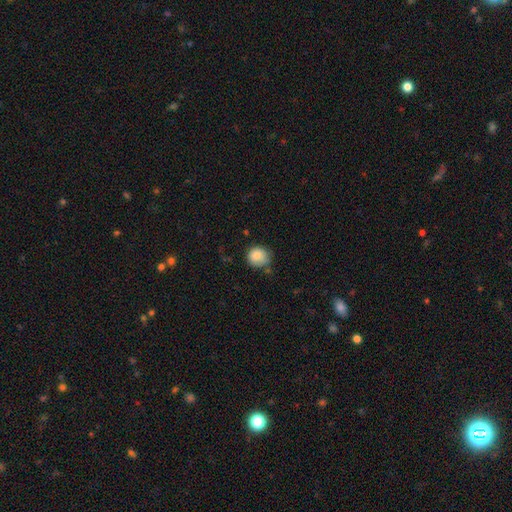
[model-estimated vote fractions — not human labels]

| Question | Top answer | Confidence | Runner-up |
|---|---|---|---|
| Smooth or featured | smooth | 84% | star or artifact (9%) |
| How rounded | round | 87% | in between (12%) |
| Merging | none | 67% | minor disturbance (24%) |